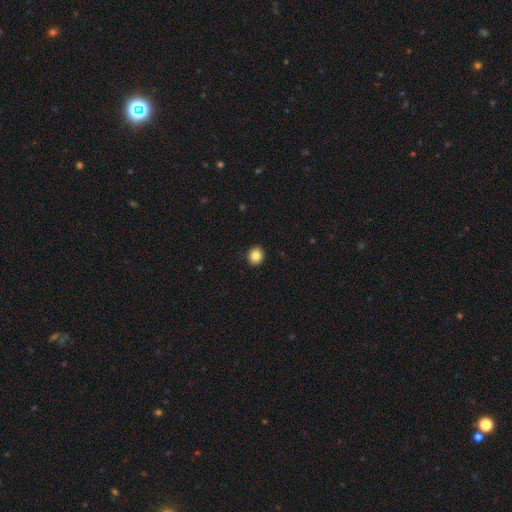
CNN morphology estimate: This appears to be a smooth galaxy with no disk features (84%) that is round (81%). Merging: none (92%).